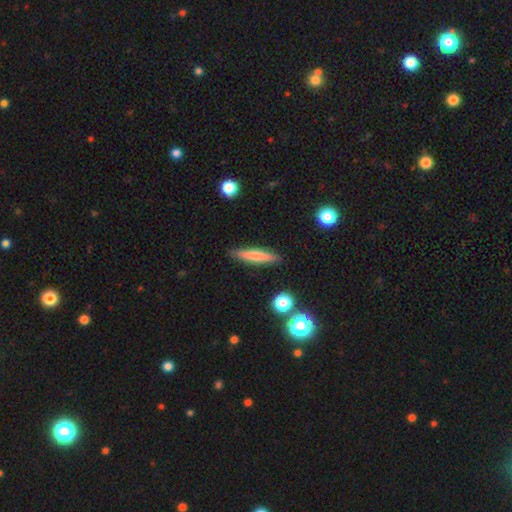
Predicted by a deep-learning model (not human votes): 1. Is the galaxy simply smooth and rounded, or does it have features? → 65% smooth, 28% featured or disk, 7% star or artifact.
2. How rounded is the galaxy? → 87% cigar-shaped, 11% in between, 2% round.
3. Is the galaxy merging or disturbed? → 89% none, 8% minor disturbance, 2% major disturbance, 2% merger.